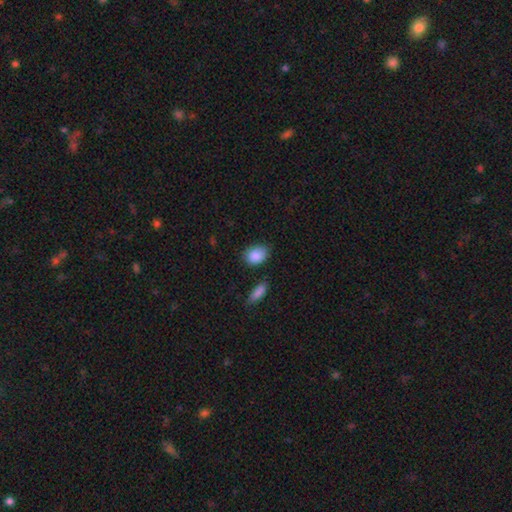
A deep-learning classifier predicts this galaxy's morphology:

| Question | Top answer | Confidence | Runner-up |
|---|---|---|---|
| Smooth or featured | smooth | 88% | star or artifact (7%) |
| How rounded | in between | 73% | round (25%) |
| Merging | none | 75% | minor disturbance (17%) |